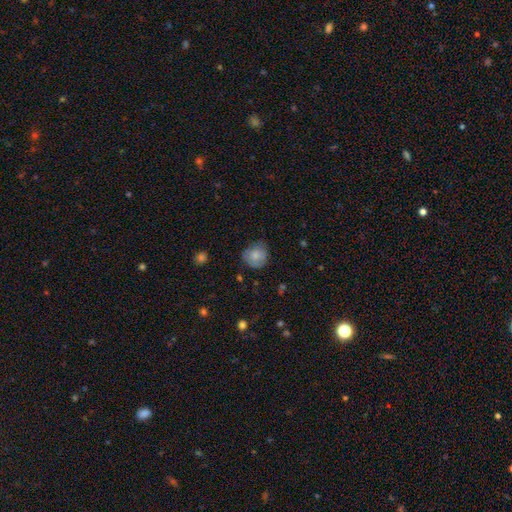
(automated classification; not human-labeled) Smooth or featured?
  - smooth: 73% *
  - featured or disk: 19%
  - star or artifact: 8%
How rounded?
  - round: 82% *
  - in between: 17%
  - cigar-shaped: 1%
Merging?
  - none: 63% *
  - minor disturbance: 28%
  - major disturbance: 8%
  - merger: 1%